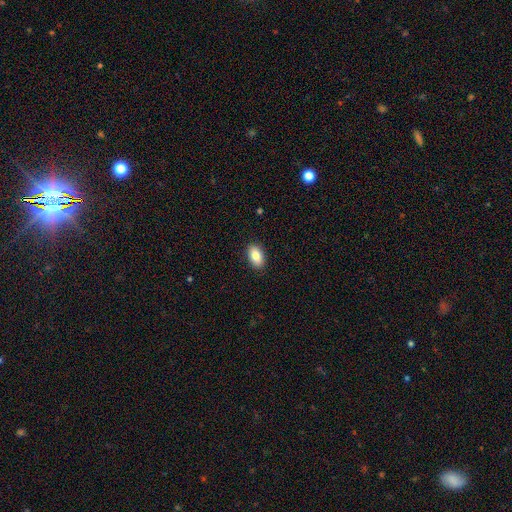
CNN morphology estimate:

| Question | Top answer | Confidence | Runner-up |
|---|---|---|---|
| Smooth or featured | smooth | 84% | featured or disk (8%) |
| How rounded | in between | 92% | round (6%) |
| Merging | none | 90% | minor disturbance (8%) |